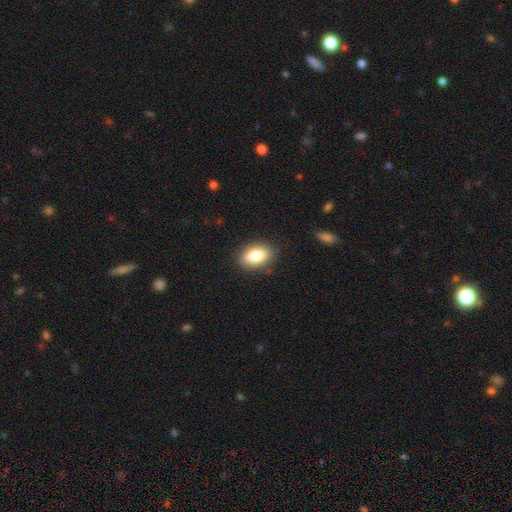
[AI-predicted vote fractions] Morphology: type=smooth (83%); roundness=in between (89%); merging=none (88%).